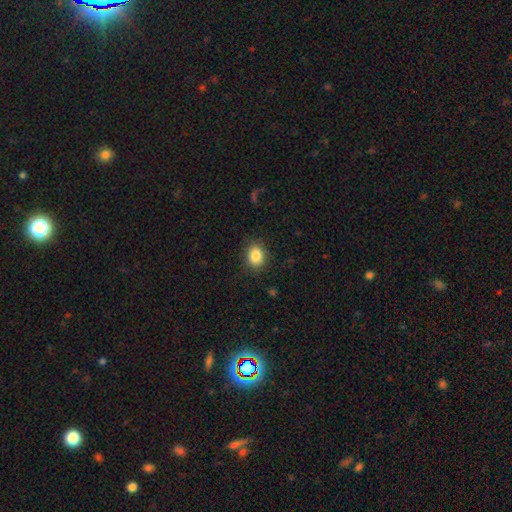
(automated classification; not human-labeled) Smooth or featured: smooth — 86% (star or artifact — 9%)
How rounded: round — 50% (in between — 49%)
Merging: none — 86% (minor disturbance — 10%)